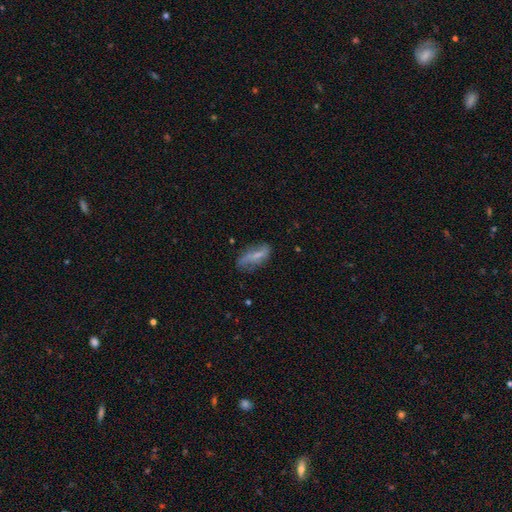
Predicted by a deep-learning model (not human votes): smooth-or-featured: smooth: 55% | featured or disk: 36% | star or artifact: 9%
  how-rounded: in between: 64% | cigar-shaped: 34% | round: 3%
  merging: none: 53% | minor disturbance: 29% | major disturbance: 15% | merger: 3%